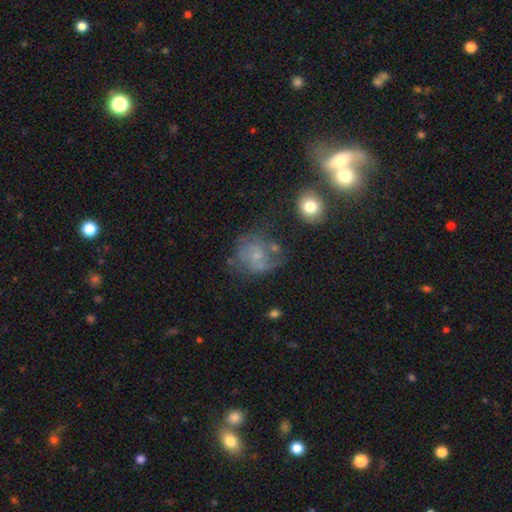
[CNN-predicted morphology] Smooth or featured: featured or disk — 56% (smooth — 32%)
Edge-on disk: no — 98% (yes — 2%)
Bar: no — 74% (weak — 22%)
Spiral arms: yes — 75% (no — 25%)
Bulge size: small — 66% (moderate — 18%)
Merging: none — 45% (major disturbance — 24%)